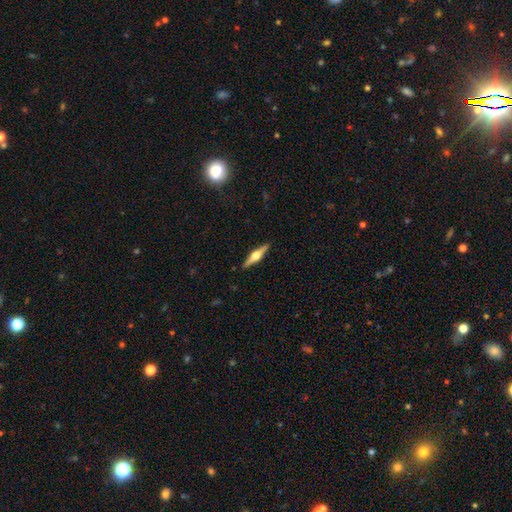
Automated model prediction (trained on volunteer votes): Smooth or featured? Predicted: featured or disk (p=0.78). Edge-on disk? Predicted: yes (p=0.98). Edge-on bulge? Predicted: rounded (p=0.95). Merging? Predicted: none (p=0.91).